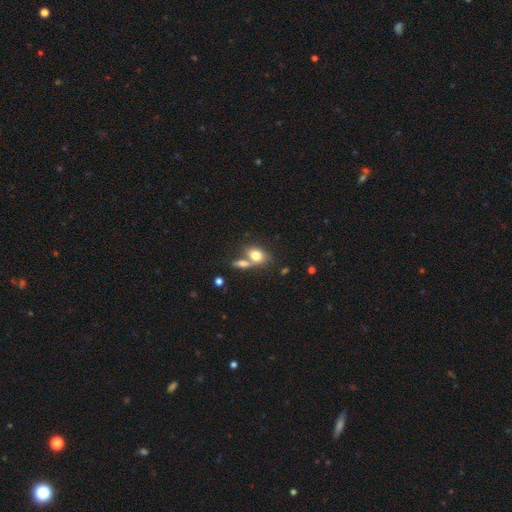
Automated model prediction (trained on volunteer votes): Morphology: type=smooth (77%); roundness=in between (76%); merging=merger (46%).